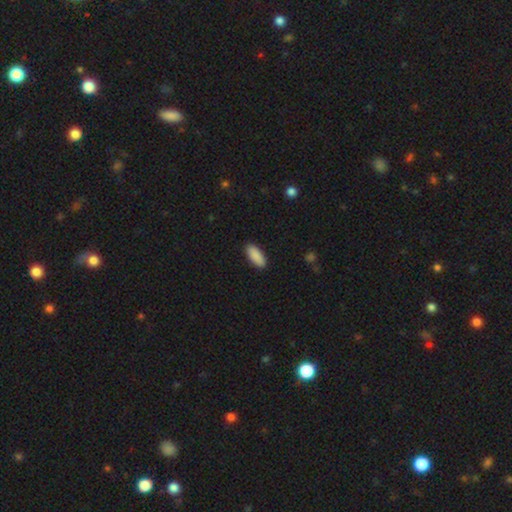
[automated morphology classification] This is clearly a smooth galaxy (90%). How rounded: clearly in between (80%). Merging: clearly none (90%).